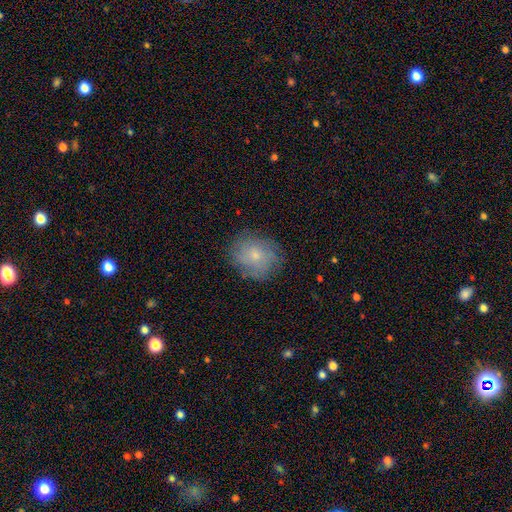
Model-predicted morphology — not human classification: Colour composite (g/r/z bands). It shows a smooth galaxy with no disk features (61%) that is round (68%). Merging: none (77%).